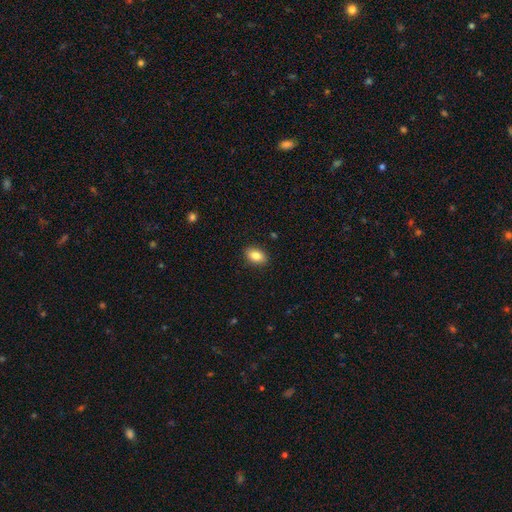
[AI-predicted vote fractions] Smooth or featured? smooth (84%)
How rounded? in between (86%)
Merging? none (89%)